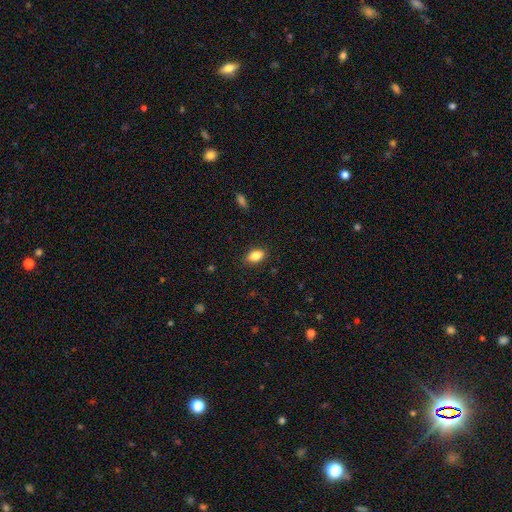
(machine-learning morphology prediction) Smooth or featured? Predicted: smooth (p=0.85). How rounded? Predicted: in between (p=0.88). Merging? Predicted: none (p=0.87).